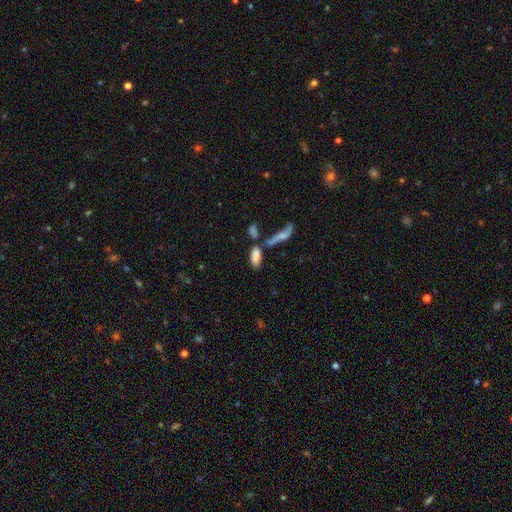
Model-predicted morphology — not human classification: This appears to be a smooth galaxy with no disk features (79%) that is in between round and cigar-shaped (76%). Merging: merger (40%).